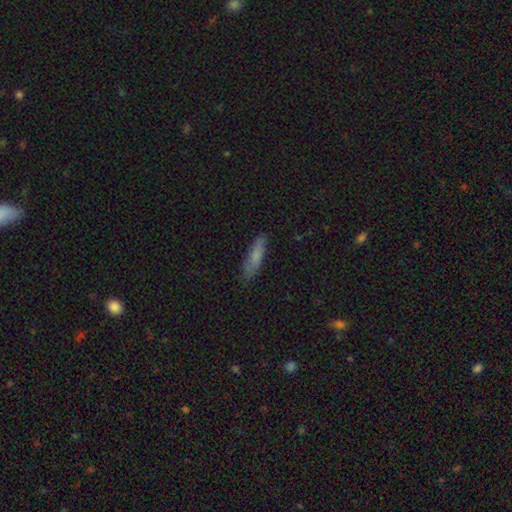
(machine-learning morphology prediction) smooth_or_featured: smooth (p=0.76) [alt: featured or disk p=0.17]
how_rounded: cigar-shaped (p=0.70) [alt: in between p=0.28]
merging: none (p=0.80) [alt: minor disturbance p=0.16]